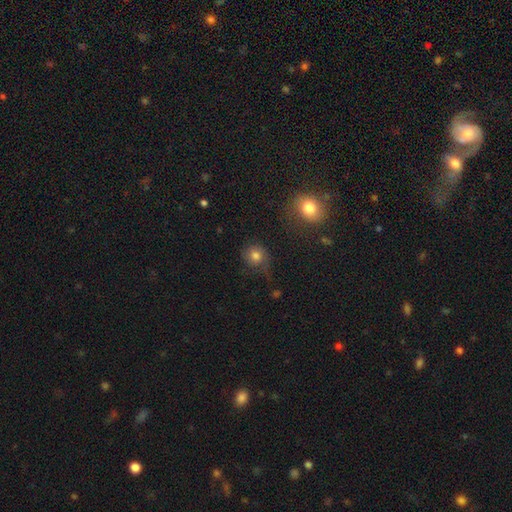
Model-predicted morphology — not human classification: Q: Smooth or featured?
A: smooth (75%); runner-up: star or artifact (13%)
Q: How rounded?
A: round (84%); runner-up: in between (15%)
Q: Merging?
A: none (60%); runner-up: minor disturbance (23%)